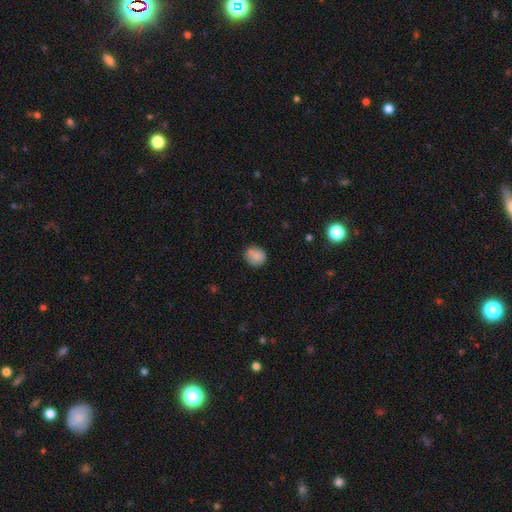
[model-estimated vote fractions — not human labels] smooth-or-featured: smooth: 82% | featured or disk: 9% | star or artifact: 9%
  how-rounded: round: 80% | in between: 19% | cigar-shaped: 1%
  merging: none: 70% | minor disturbance: 17% | merger: 9% | major disturbance: 4%